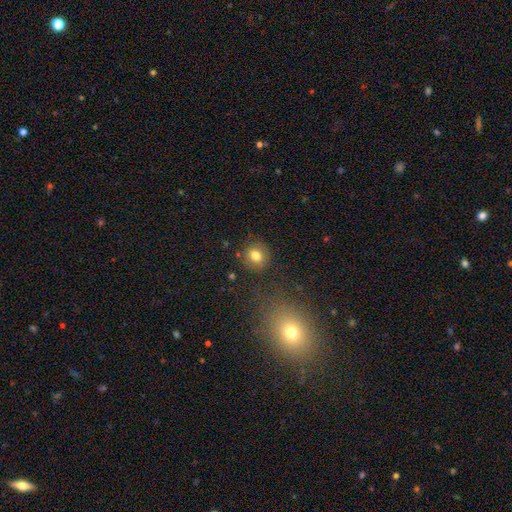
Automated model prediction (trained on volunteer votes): This is likely a smooth galaxy (79%). How rounded: likely round (72%). Merging: clearly none (83%).